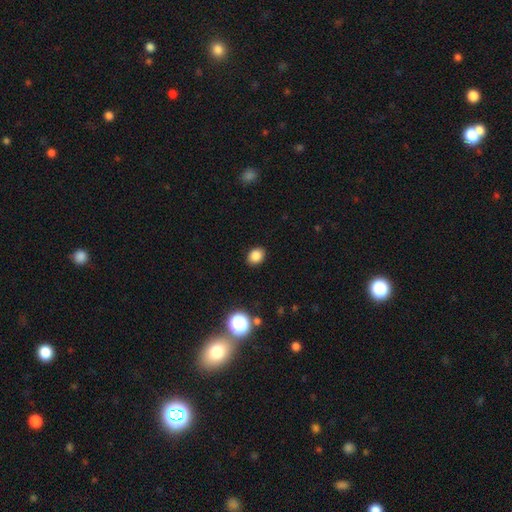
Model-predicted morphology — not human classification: Q: Smooth or featured?
A: smooth (84%); runner-up: star or artifact (12%)
Q: How rounded?
A: in between (57%); runner-up: round (42%)
Q: Merging?
A: none (89%); runner-up: minor disturbance (8%)